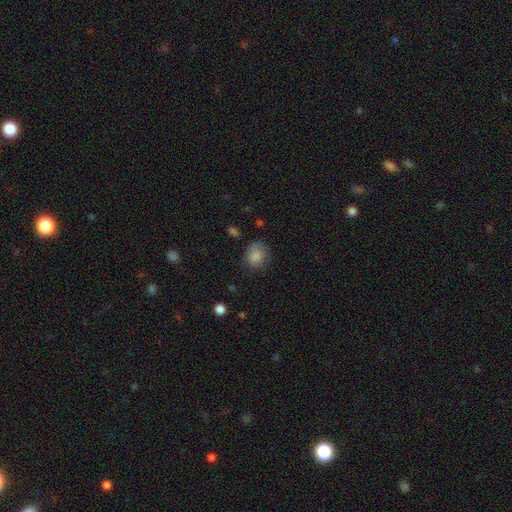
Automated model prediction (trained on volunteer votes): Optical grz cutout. It shows a smooth galaxy with no disk features (83%) that is round (61%). Merging: none (67%).